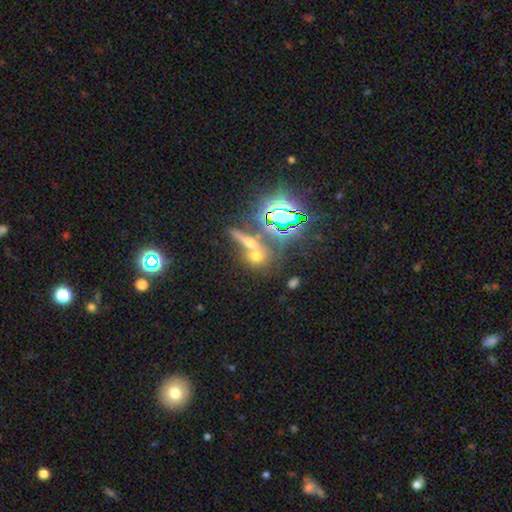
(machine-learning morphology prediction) Smooth or featured? Predicted: smooth (p=0.45). Merging? Predicted: merger (p=0.45).